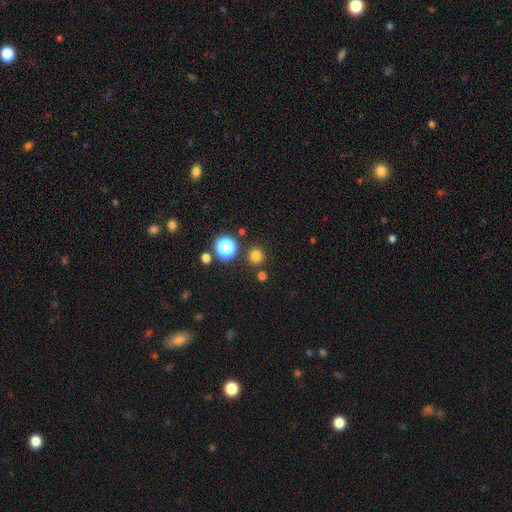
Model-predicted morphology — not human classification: Q: Smooth or featured?
A: smooth (76%); runner-up: star or artifact (19%)
Q: How rounded?
A: round (94%); runner-up: in between (5%)
Q: Merging?
A: none (87%); runner-up: minor disturbance (6%)